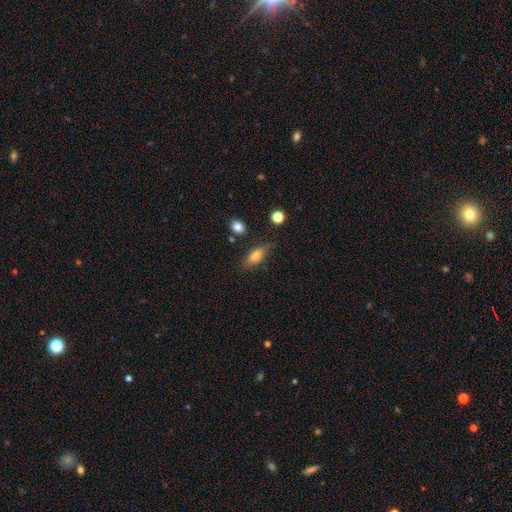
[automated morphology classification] The model was most divided on "merging": none: 73%, minor disturbance: 19%, major disturbance: 5%, merger: 4%. More confident: how rounded — in between (77%); smooth or featured — smooth (73%).